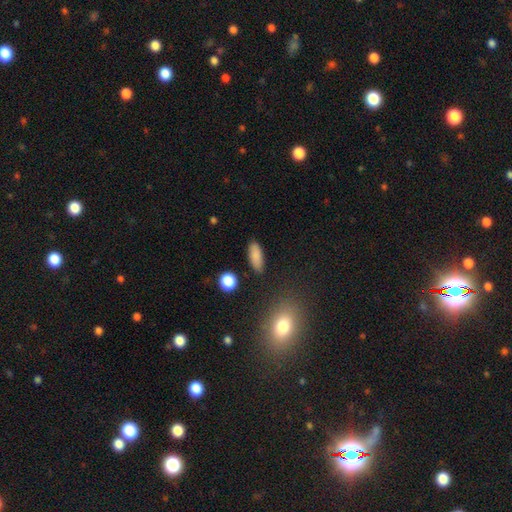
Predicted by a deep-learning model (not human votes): This appears to be a smooth galaxy with no disk features (85%) that is in between round and cigar-shaped (74%). Merging: none (86%).